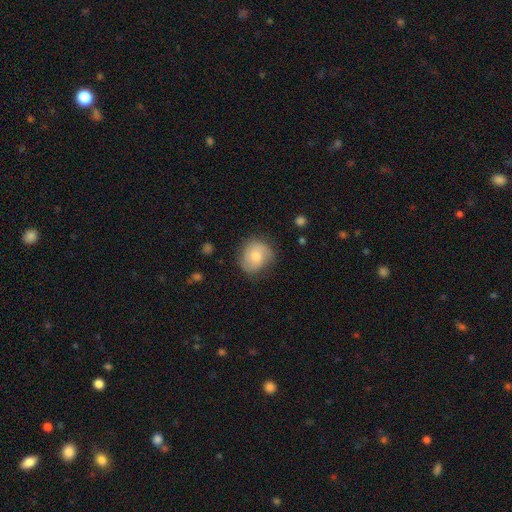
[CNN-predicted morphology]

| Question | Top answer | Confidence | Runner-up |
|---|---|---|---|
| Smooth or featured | smooth | 51% | featured or disk (41%) |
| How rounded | round | 76% | in between (24%) |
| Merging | none | 73% | minor disturbance (20%) |